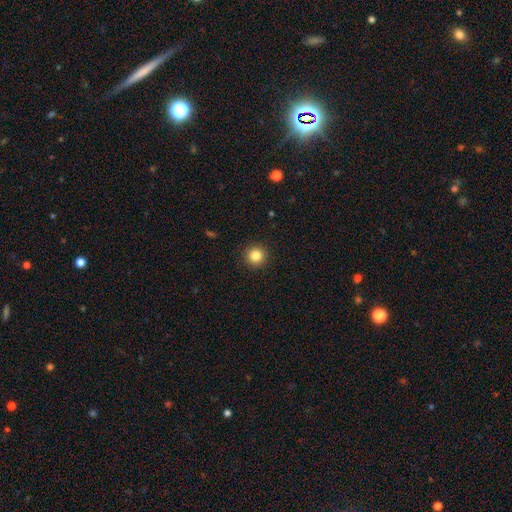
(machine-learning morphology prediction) This is clearly a smooth galaxy (84%). How rounded: clearly round (95%). Merging: clearly none (92%).